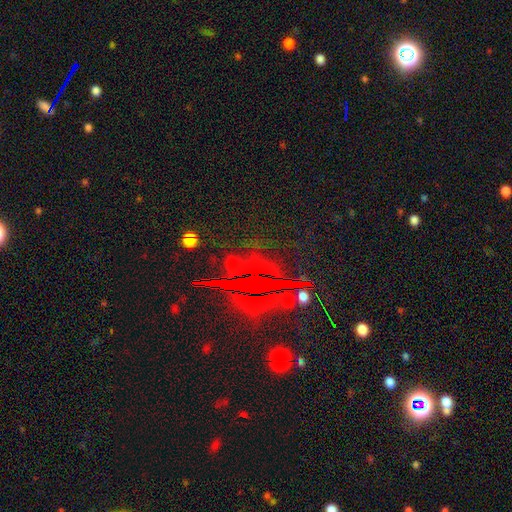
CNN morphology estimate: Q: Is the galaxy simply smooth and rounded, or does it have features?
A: star or artifact — 79%.